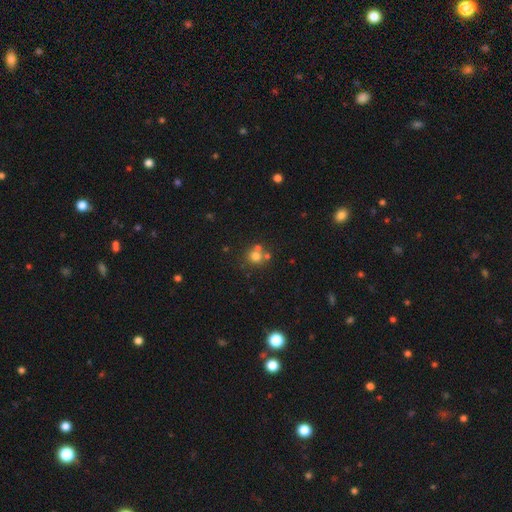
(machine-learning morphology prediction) Smooth or featured?
  - smooth: 70% *
  - star or artifact: 17%
  - featured or disk: 13%
How rounded?
  - round: 88% *
  - in between: 11%
  - cigar-shaped: 1%
Merging?
  - none: 55% *
  - merger: 33%
  - minor disturbance: 8%
  - major disturbance: 4%